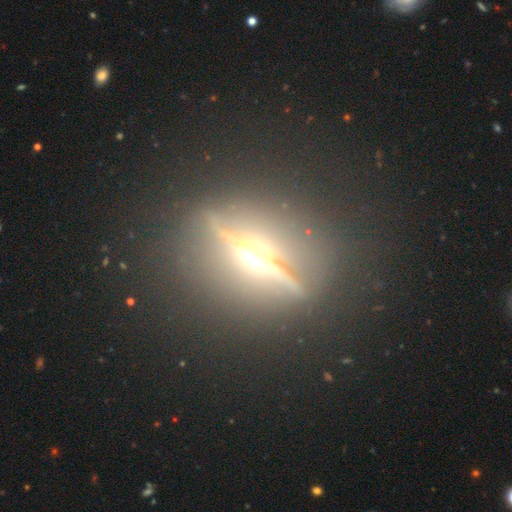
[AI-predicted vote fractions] featured or disk 80%, star or artifact 11%, smooth 9%. Down the decision tree: edge-on disk — yes (92%); edge-on bulge — rounded (96%); merging — none (87%).